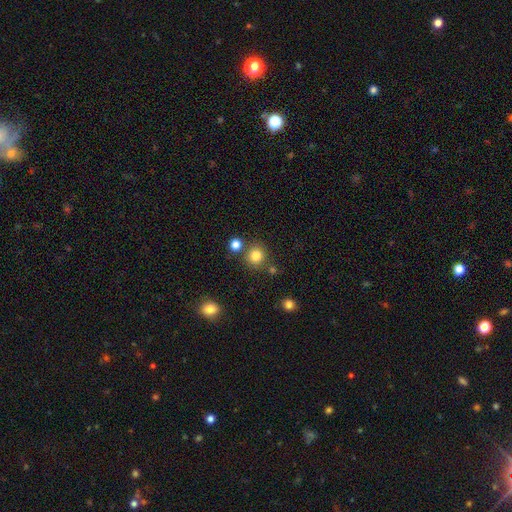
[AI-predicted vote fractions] Smooth or featured?
  - smooth: 82% *
  - star or artifact: 13%
  - featured or disk: 6%
How rounded?
  - round: 91% *
  - in between: 8%
  - cigar-shaped: 1%
Merging?
  - none: 79% *
  - merger: 10%
  - minor disturbance: 8%
  - major disturbance: 3%